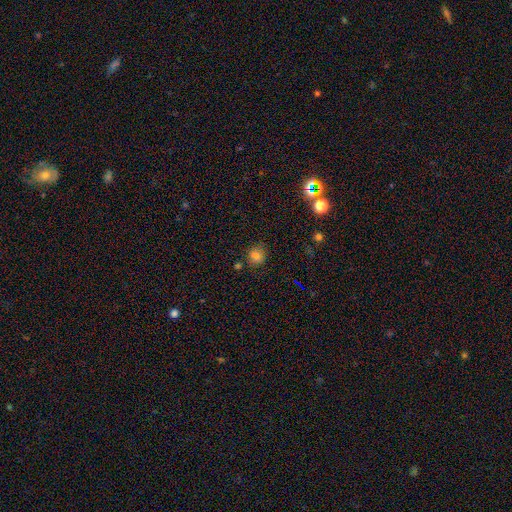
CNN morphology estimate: Smooth or featured: smooth — 79% (star or artifact — 15%)
How rounded: round — 78% (in between — 21%)
Merging: none — 77% (minor disturbance — 15%)